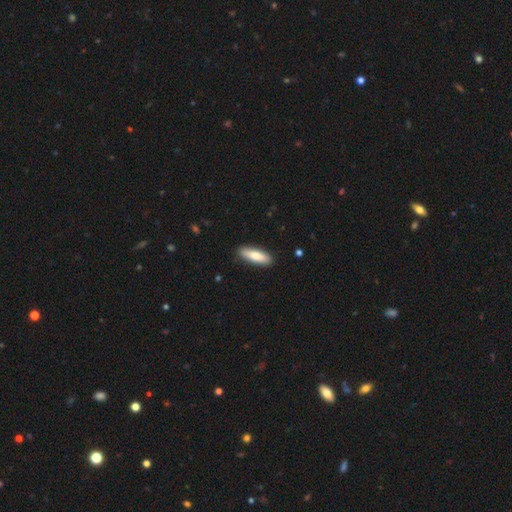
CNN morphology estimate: Smooth or featured? Predicted: smooth (p=0.79). How rounded? Predicted: cigar-shaped (p=0.54). Merging? Predicted: none (p=0.89).